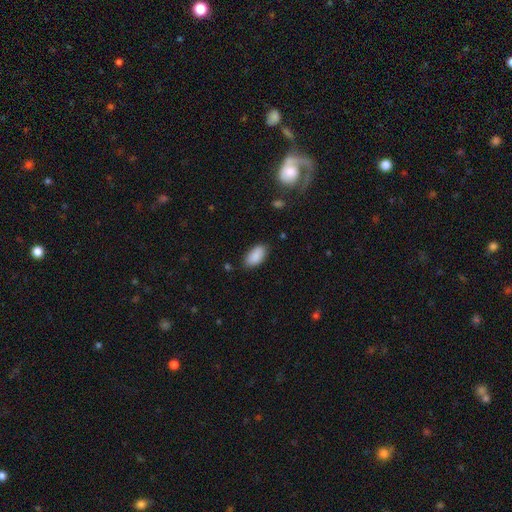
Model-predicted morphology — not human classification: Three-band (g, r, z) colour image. It shows a smooth galaxy with no disk features (89%) that is in between round and cigar-shaped (93%). Merging: none (81%).